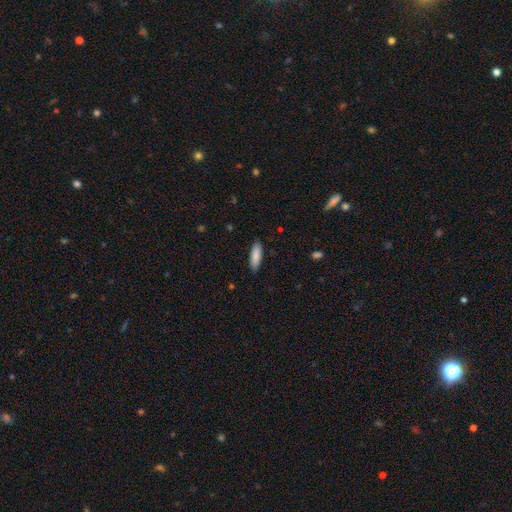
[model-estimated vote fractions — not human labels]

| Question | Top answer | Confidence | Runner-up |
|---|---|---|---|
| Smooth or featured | smooth | 87% | featured or disk (7%) |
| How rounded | cigar-shaped | 50% | in between (48%) |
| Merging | none | 89% | minor disturbance (8%) |